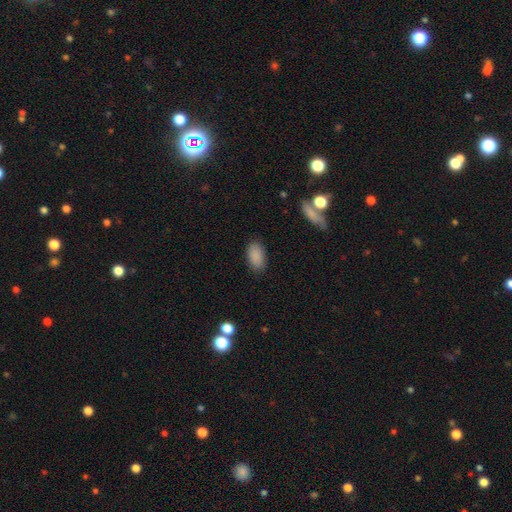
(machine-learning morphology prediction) Overall: smooth (89%). How rounded: in between (93%). Merging: none (86%).